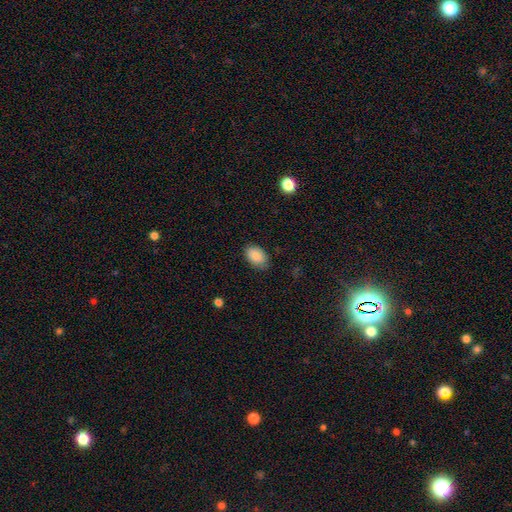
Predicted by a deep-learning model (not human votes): A smooth galaxy with no disk features (86%) that is in between round and cigar-shaped (87%).

Vote fractions:
- Smooth or featured? smooth: 86% / star or artifact: 8% / featured or disk: 7%
- How rounded? in between: 87% / round: 12% / cigar-shaped: 1%
- Merging? none: 79% / minor disturbance: 17% / major disturbance: 3% / merger: 1%